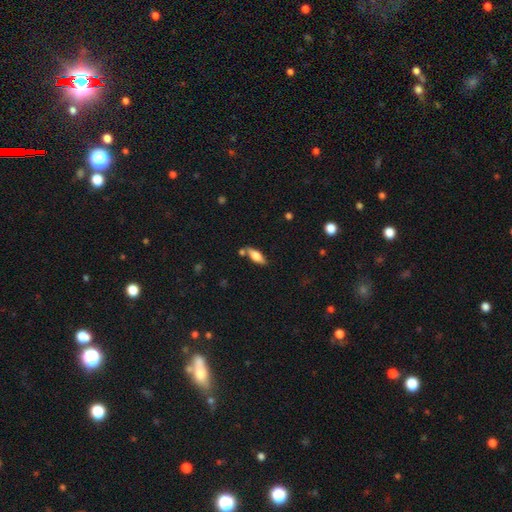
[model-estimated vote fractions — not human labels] The model was most divided on "how rounded": in between: 65%, cigar-shaped: 33%, round: 2%. More confident: merging — none (72%); smooth or featured — smooth (66%).